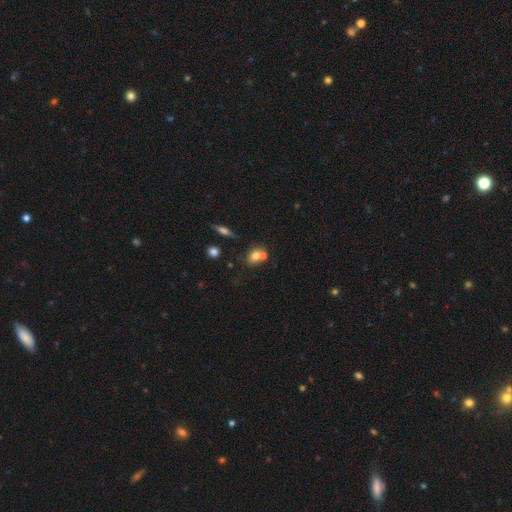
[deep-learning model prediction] smooth 70%, featured or disk 18%, star or artifact 12%. Down the decision tree: how rounded — round (54%); merging — merger (47%).